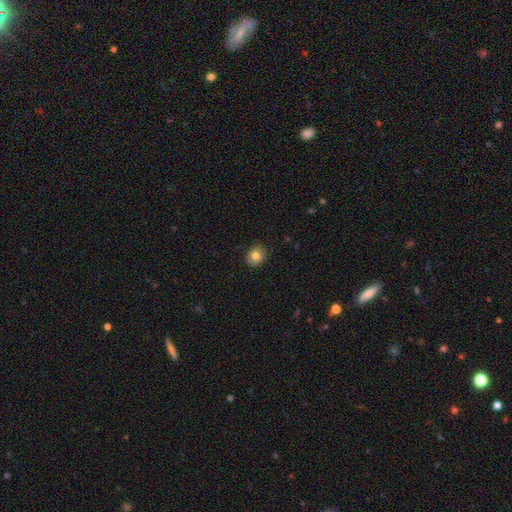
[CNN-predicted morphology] This is likely a smooth galaxy (80%). How rounded: likely round (65%). Merging: clearly none (89%).